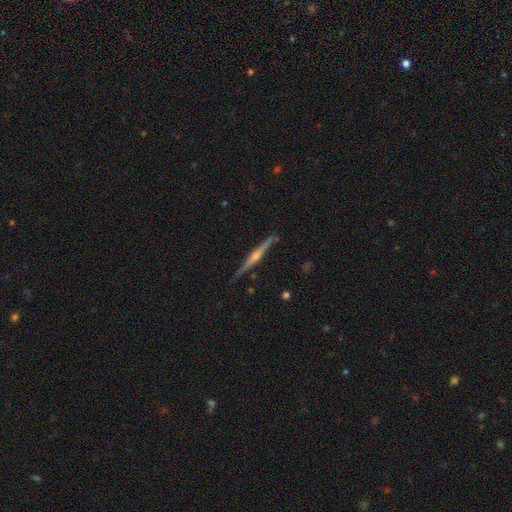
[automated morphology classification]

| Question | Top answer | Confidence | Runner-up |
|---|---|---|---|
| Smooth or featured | featured or disk | 82% | smooth (12%) |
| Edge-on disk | yes | 99% | no (1%) |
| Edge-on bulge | rounded | 85% | boxy (8%) |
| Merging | none | 88% | minor disturbance (8%) |